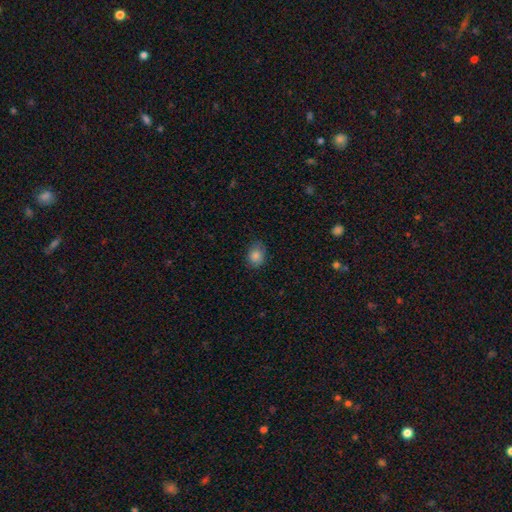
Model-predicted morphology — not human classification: Smooth or featured: smooth — 84% (star or artifact — 10%)
How rounded: in between — 57% (round — 42%)
Merging: none — 79% (minor disturbance — 17%)